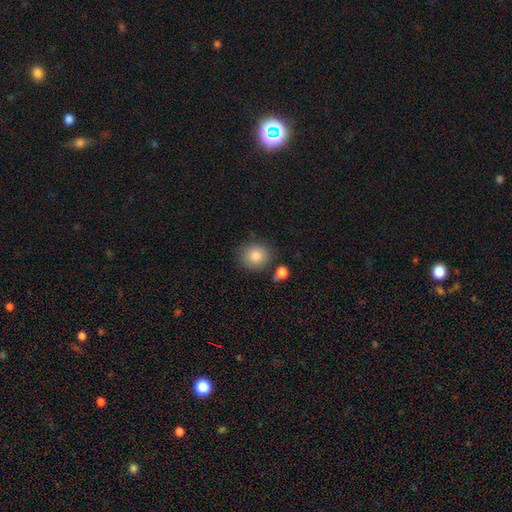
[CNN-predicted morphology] smooth-or-featured: smooth: 85% | star or artifact: 8% | featured or disk: 6%
  how-rounded: round: 83% | in between: 16% | cigar-shaped: 1%
  merging: none: 78% | minor disturbance: 12% | merger: 7% | major disturbance: 3%